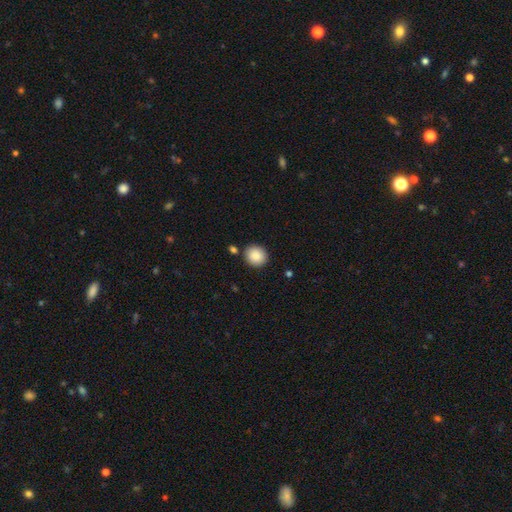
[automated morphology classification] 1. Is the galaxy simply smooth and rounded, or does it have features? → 89% smooth, 8% star or artifact, 4% featured or disk.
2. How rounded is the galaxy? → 82% round, 17% in between, 1% cigar-shaped.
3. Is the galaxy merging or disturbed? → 84% none, 9% minor disturbance, 5% merger, 2% major disturbance.